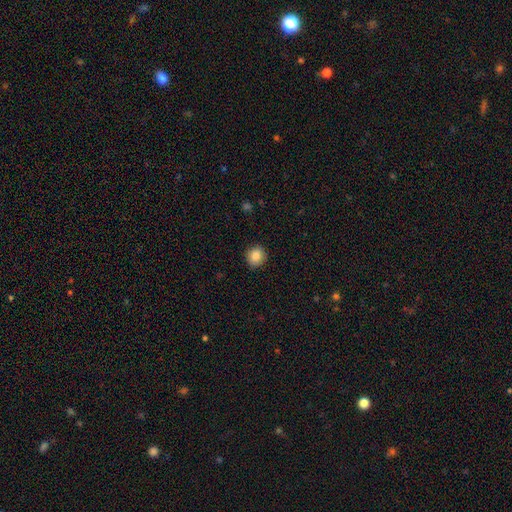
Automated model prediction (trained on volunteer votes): Morphology: type=smooth (84%); roundness=round (89%); merging=none (91%).